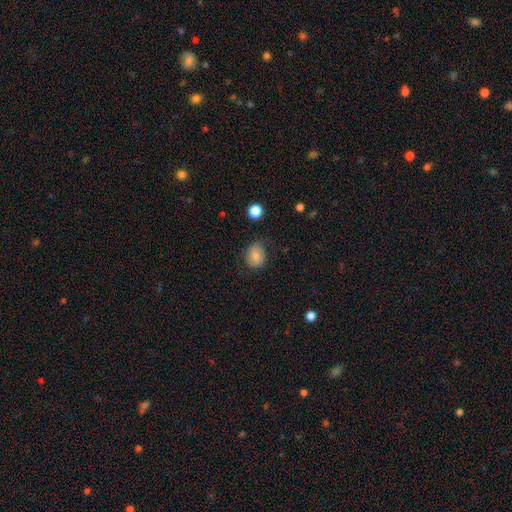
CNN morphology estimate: smooth_or_featured: smooth (p=0.68) [alt: featured or disk p=0.23]
how_rounded: round (p=0.60) [alt: in between p=0.39]
merging: none (p=0.65) [alt: minor disturbance p=0.25]